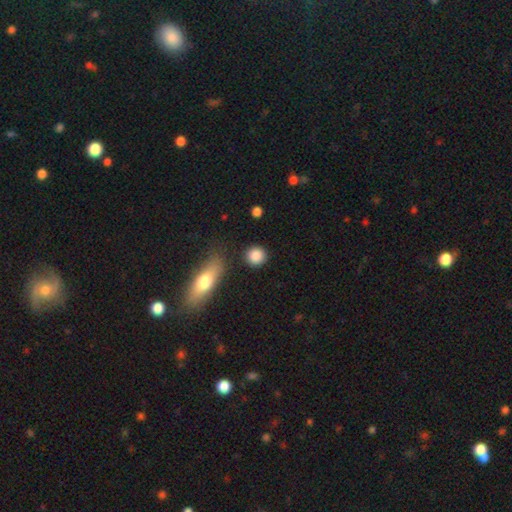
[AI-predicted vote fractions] Smooth or featured: smooth — 87% (star or artifact — 8%)
How rounded: round — 88% (in between — 10%)
Merging: none — 85% (minor disturbance — 8%)